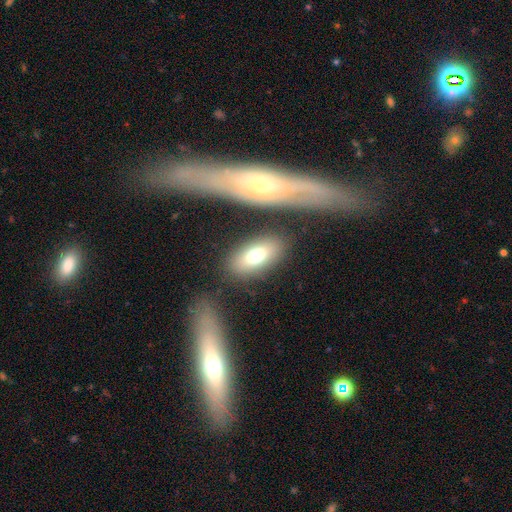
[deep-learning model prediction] Smooth or featured?
  - smooth: 73% *
  - featured or disk: 19%
  - star or artifact: 9%
How rounded?
  - in between: 87% *
  - cigar-shaped: 7%
  - round: 6%
Merging?
  - none: 79% *
  - minor disturbance: 11%
  - merger: 6%
  - major disturbance: 4%